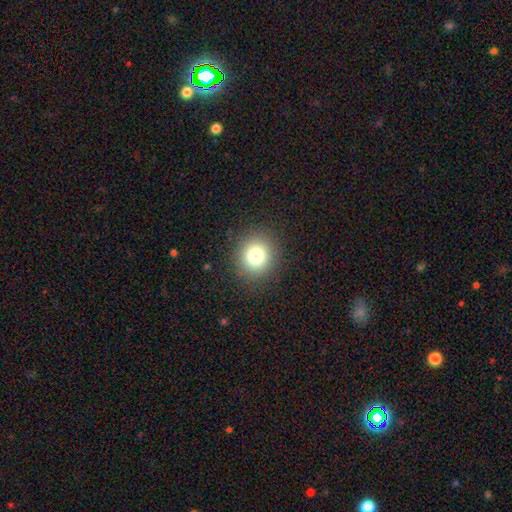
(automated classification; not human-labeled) smooth-or-featured: smooth: 78% | star or artifact: 13% | featured or disk: 8%
  how-rounded: round: 84% | in between: 15% | cigar-shaped: 1%
  merging: none: 89% | minor disturbance: 7% | major disturbance: 3% | merger: 1%